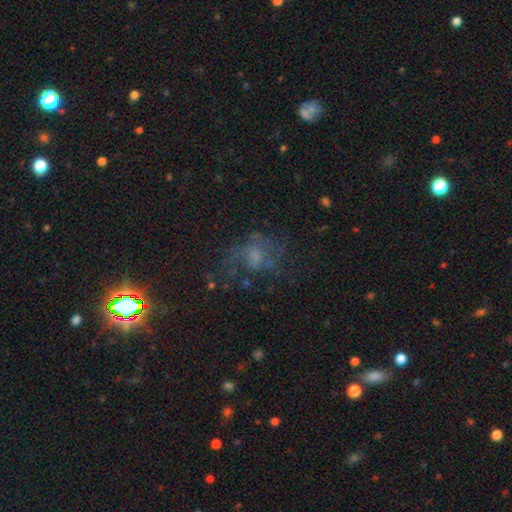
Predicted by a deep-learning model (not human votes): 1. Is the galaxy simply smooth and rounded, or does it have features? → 45% featured or disk, 32% smooth, 22% star or artifact.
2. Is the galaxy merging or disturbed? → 44% none, 33% major disturbance, 19% minor disturbance, 3% merger.